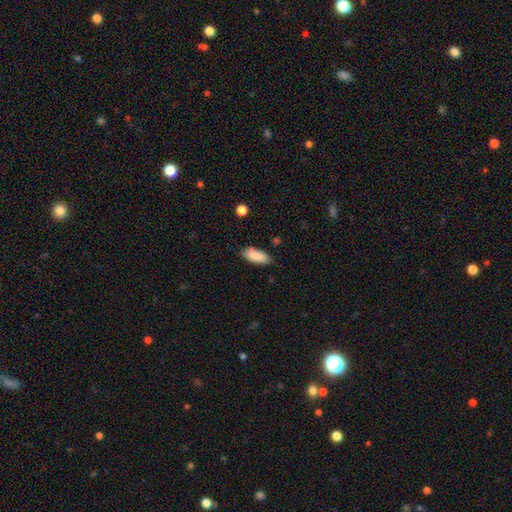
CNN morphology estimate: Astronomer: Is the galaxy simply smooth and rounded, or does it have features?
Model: smooth — 88%.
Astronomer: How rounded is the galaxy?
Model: in between — 81%.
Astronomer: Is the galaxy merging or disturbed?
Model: none — 81%.